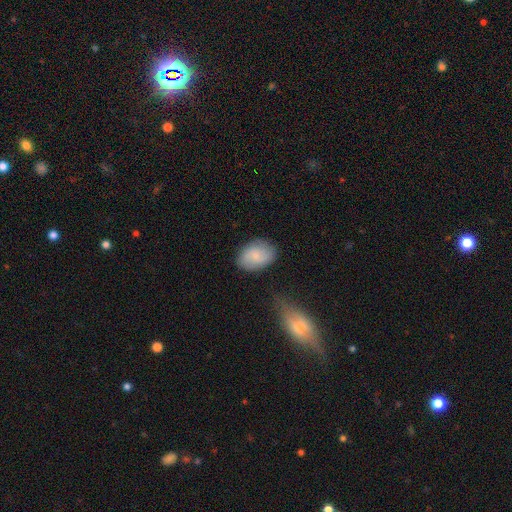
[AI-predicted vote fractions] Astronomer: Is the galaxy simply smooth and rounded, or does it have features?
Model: smooth — 75%.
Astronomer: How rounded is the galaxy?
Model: in between — 84%.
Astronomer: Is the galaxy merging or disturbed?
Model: none — 77%.